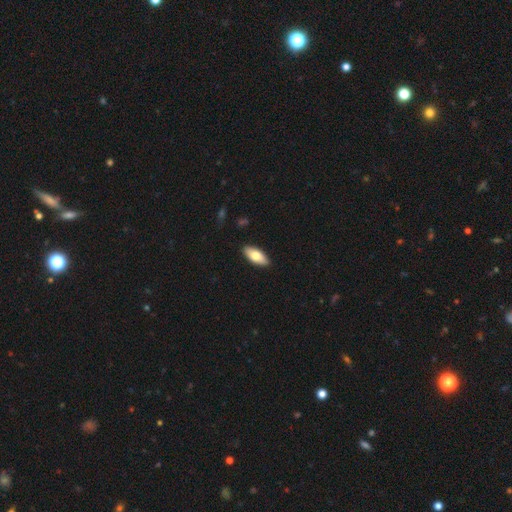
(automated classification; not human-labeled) Smooth or featured?
  - smooth: 75% *
  - featured or disk: 20%
  - star or artifact: 6%
How rounded?
  - in between: 85% *
  - cigar-shaped: 13%
  - round: 2%
Merging?
  - none: 90% *
  - minor disturbance: 8%
  - major disturbance: 2%
  - merger: 1%